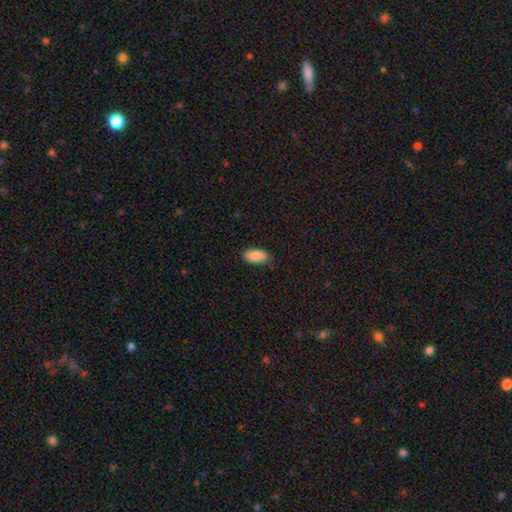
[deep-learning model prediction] Smooth or featured? Predicted: smooth (p=0.89). How rounded? Predicted: in between (p=0.93). Merging? Predicted: none (p=0.84).